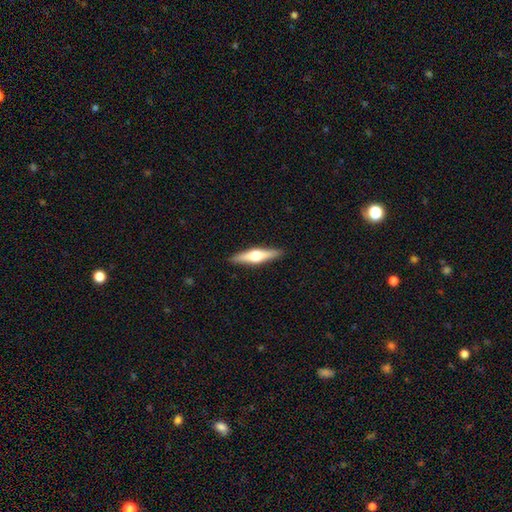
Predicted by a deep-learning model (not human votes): This appears to be a featured or disk galaxy (62%) viewed edge-on (97%) with a rounded central bulge (94%). Merging: none (91%).